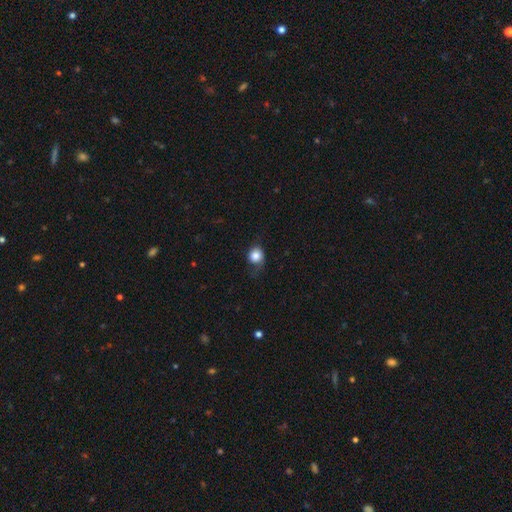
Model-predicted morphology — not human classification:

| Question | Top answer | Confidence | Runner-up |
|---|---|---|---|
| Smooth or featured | smooth | 82% | star or artifact (9%) |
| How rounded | round | 77% | in between (22%) |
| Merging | none | 54% | minor disturbance (28%) |